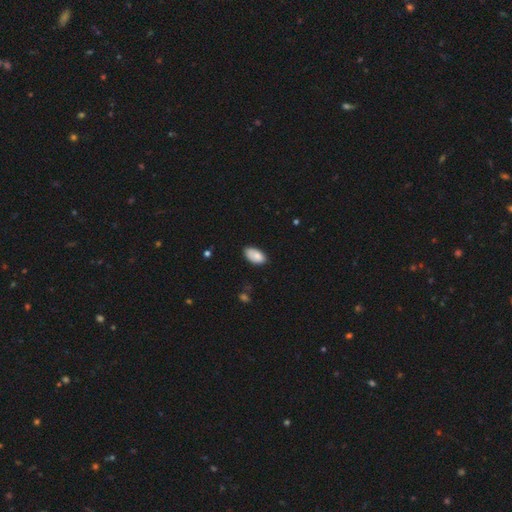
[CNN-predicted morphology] This is clearly a smooth galaxy (84%). How rounded: clearly in between (95%). Merging: likely none (70%).